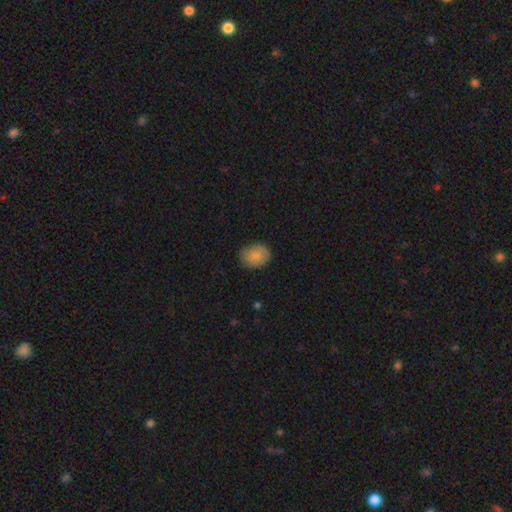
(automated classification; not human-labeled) smooth-or-featured: smooth: 86% | star or artifact: 7% | featured or disk: 7%
  how-rounded: in between: 60% | round: 39% | cigar-shaped: 1%
  merging: none: 83% | minor disturbance: 13% | major disturbance: 3% | merger: 1%